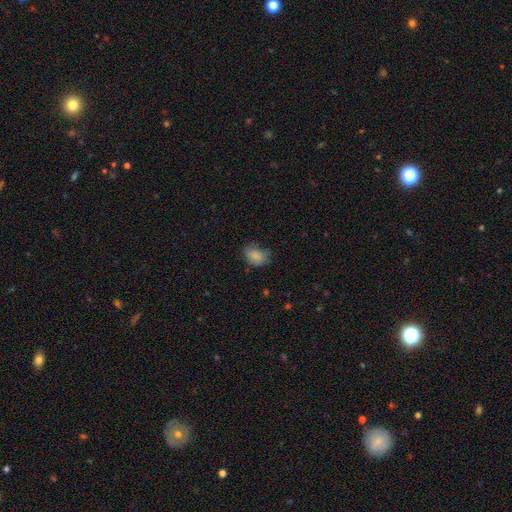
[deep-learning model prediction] Smooth or featured? smooth (81%)
How rounded? in between (68%)
Merging? none (57%)